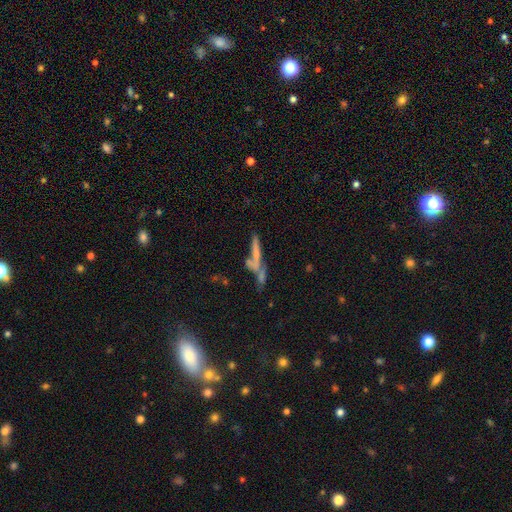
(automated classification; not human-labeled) Smooth or featured?
  - featured or disk: 43% *
  - smooth: 41%
  - star or artifact: 16%
Merging?
  - merger: 44% *
  - none: 36%
  - minor disturbance: 10%
  - major disturbance: 10%